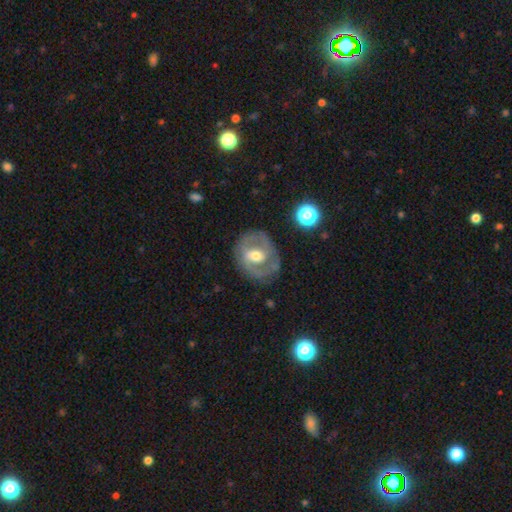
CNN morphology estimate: Smooth or featured? Predicted: featured or disk (p=0.74). Edge-on disk? Predicted: no (p=0.96). Bar? Predicted: weak (p=0.45). Spiral arms? Predicted: yes (p=0.66). Bulge size? Predicted: moderate (p=0.72). Merging? Predicted: none (p=0.76).